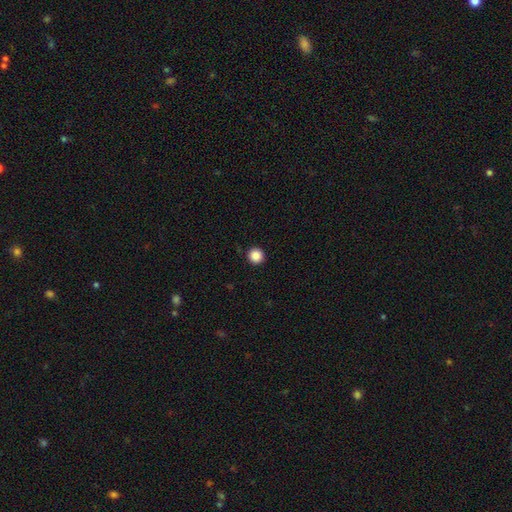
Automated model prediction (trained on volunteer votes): Q: Smooth or featured?
A: smooth (87%); runner-up: star or artifact (10%)
Q: How rounded?
A: round (96%); runner-up: in between (3%)
Q: Merging?
A: none (93%); runner-up: minor disturbance (5%)